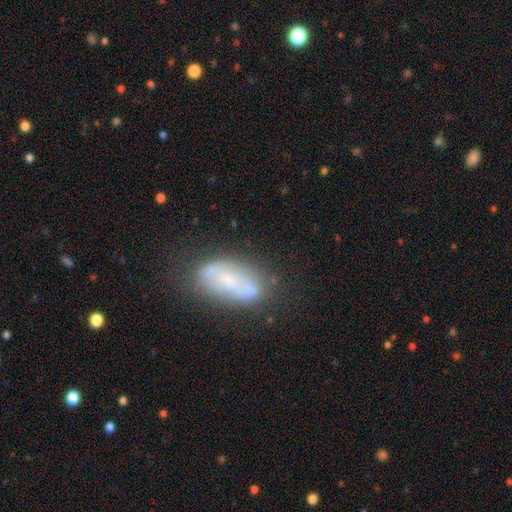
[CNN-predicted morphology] Q: Smooth or featured?
A: smooth (43%); runner-up: featured or disk (41%)
Q: Merging?
A: none (70%); runner-up: minor disturbance (17%)